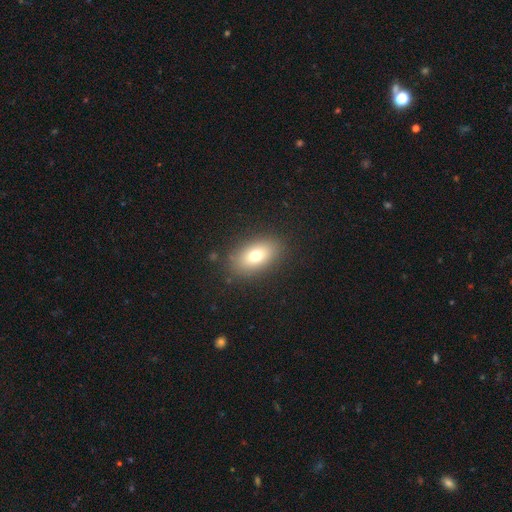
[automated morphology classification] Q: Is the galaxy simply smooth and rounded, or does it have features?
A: smooth — 73%.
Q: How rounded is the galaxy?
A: in between — 86%.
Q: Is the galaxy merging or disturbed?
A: none — 86%.